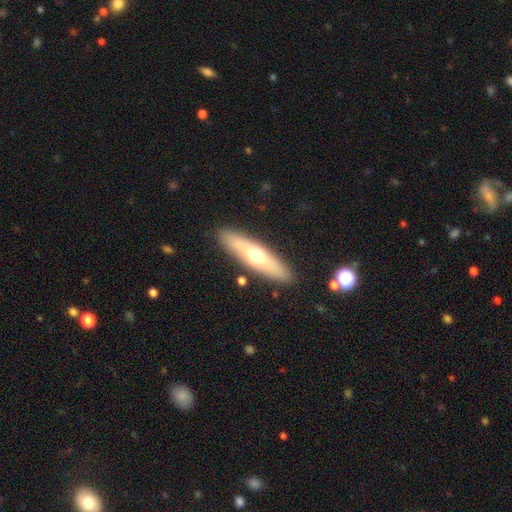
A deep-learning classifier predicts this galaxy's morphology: A smooth galaxy with no disk features (52%) that is cigar-shaped (69%). Merging: none (88%).